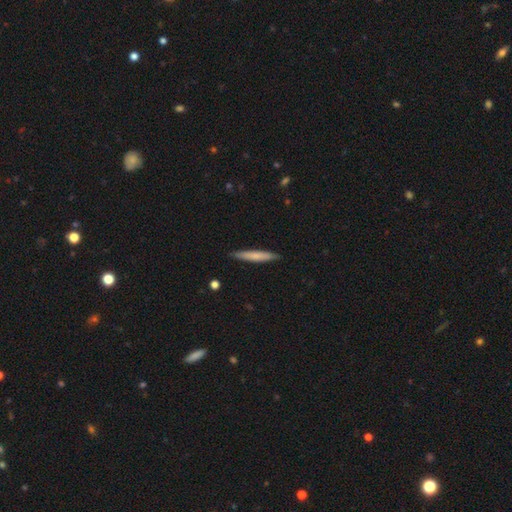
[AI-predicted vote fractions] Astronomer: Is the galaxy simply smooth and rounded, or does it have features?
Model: smooth — 71%.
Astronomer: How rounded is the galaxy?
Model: cigar-shaped — 94%.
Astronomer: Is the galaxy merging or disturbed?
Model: none — 88%.